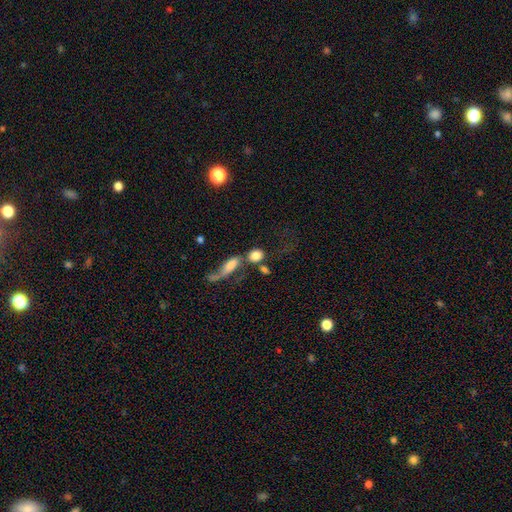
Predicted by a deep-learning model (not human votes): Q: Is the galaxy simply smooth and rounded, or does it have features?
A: smooth — 77%.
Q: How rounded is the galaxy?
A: round — 50%.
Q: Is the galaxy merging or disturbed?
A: merger — 46%.